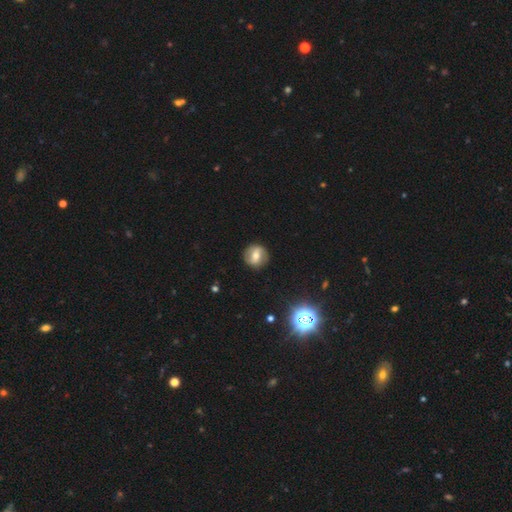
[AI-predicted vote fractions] smooth_or_featured: featured or disk (p=0.51) [alt: smooth p=0.40]
disk_edge_on: no (p=0.94) [alt: yes p=0.06]
merging: none (p=0.87) [alt: minor disturbance p=0.09]